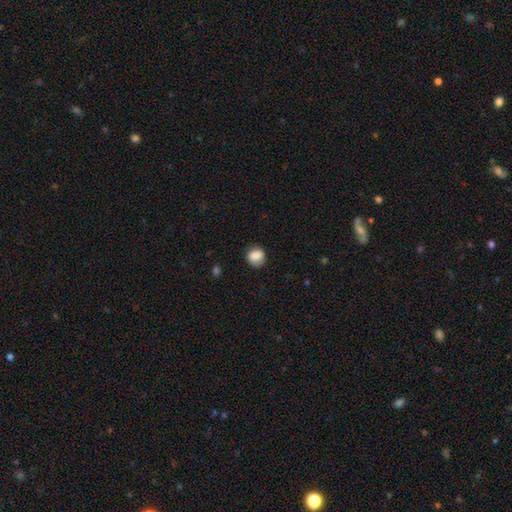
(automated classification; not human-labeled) This is clearly a smooth galaxy (84%). How rounded: likely round (74%). Merging: likely none (75%).